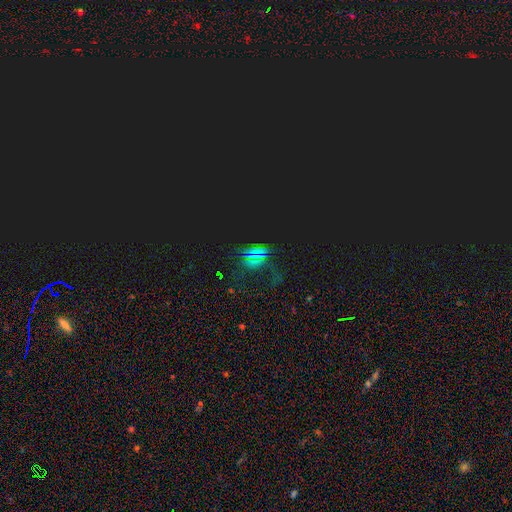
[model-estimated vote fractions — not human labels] smooth_or_featured: star or artifact (p=0.77) [alt: smooth p=0.14]